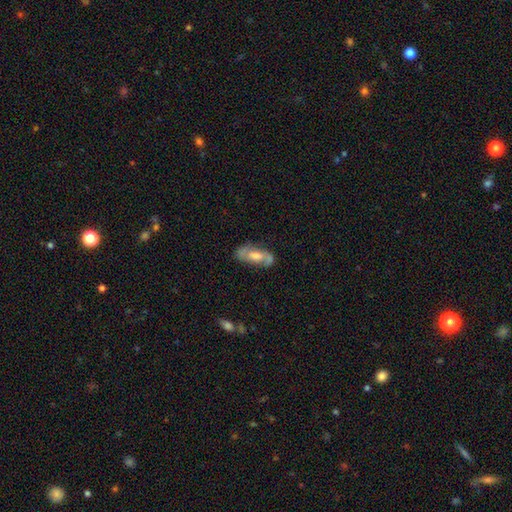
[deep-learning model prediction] Smooth or featured: featured or disk — 65% (smooth — 28%)
Edge-on disk: no — 88% (yes — 12%)
Bar: no — 52% (weak — 36%)
Spiral arms: yes — 79% (no — 21%)
Bulge size: moderate — 51% (large — 26%)
Merging: none — 71% (minor disturbance — 19%)